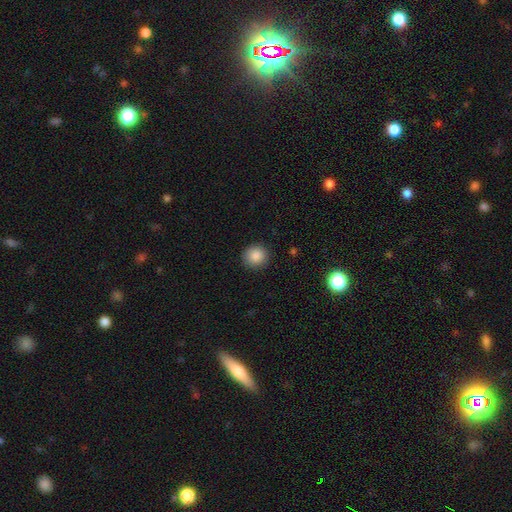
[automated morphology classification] smooth-or-featured: smooth: 86% | star or artifact: 9% | featured or disk: 4%
  how-rounded: round: 91% | in between: 8% | cigar-shaped: 1%
  merging: none: 90% | minor disturbance: 7% | major disturbance: 2% | merger: 1%